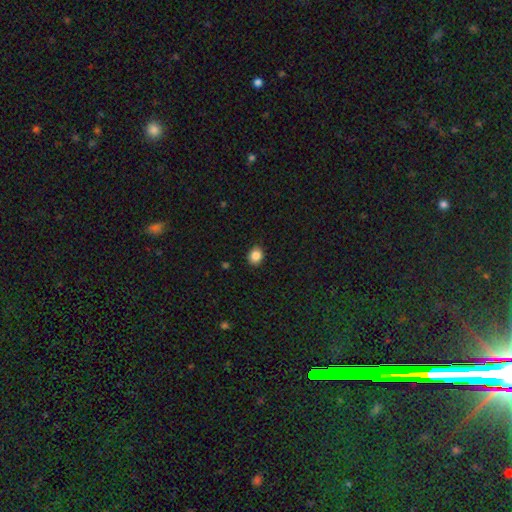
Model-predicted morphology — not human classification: A smooth galaxy with no disk features (85%) that is round (64%). Merging: none (90%).